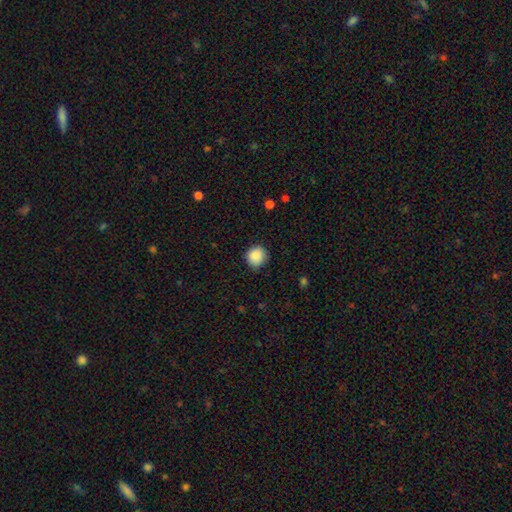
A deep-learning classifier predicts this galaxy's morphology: type=smooth (88%); roundness=round (87%); merging=none (83%).